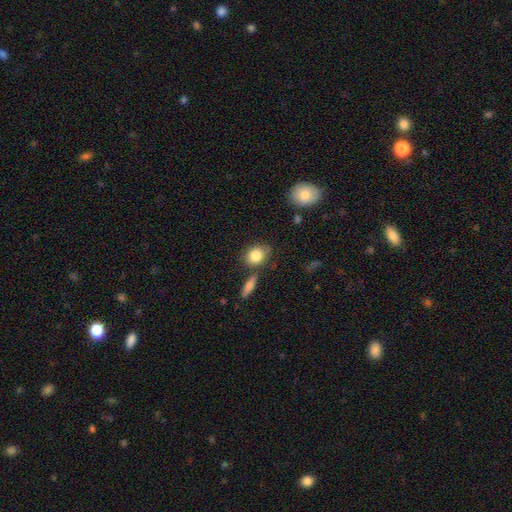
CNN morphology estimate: Smooth or featured: smooth — 83% (featured or disk — 9%)
How rounded: round — 55% (in between — 43%)
Merging: none — 71% (minor disturbance — 15%)